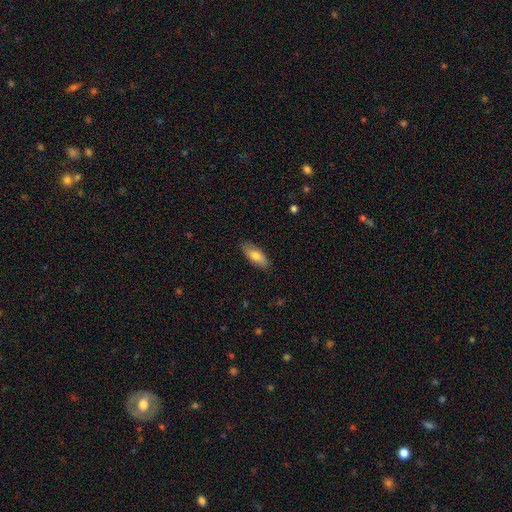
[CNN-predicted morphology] Overall: smooth (76%). How rounded: in between (77%). Merging: none (87%).